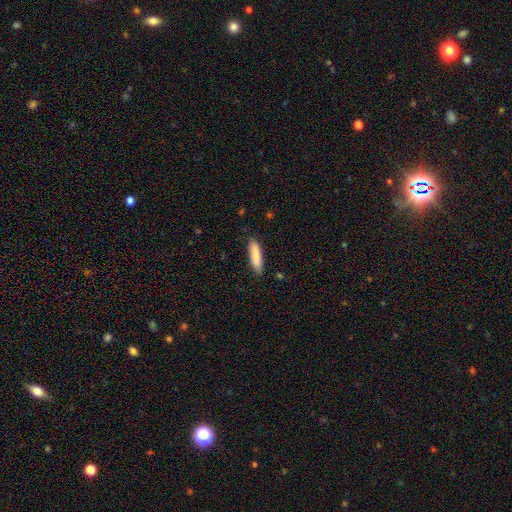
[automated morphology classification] A smooth galaxy with no disk features (85%) that is cigar-shaped (77%). Merging: none (86%).